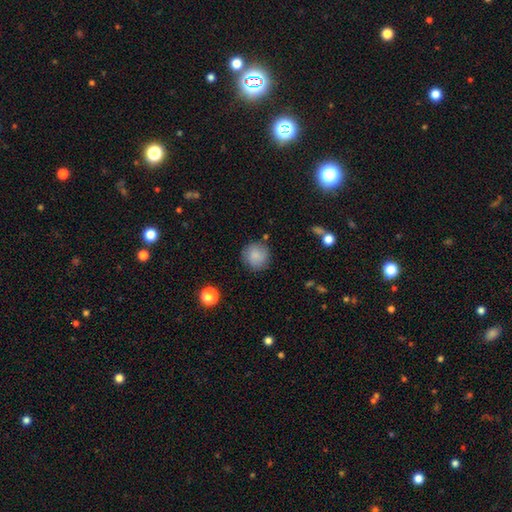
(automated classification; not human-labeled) Morphology: type=smooth (84%); roundness=round (92%); merging=none (84%).